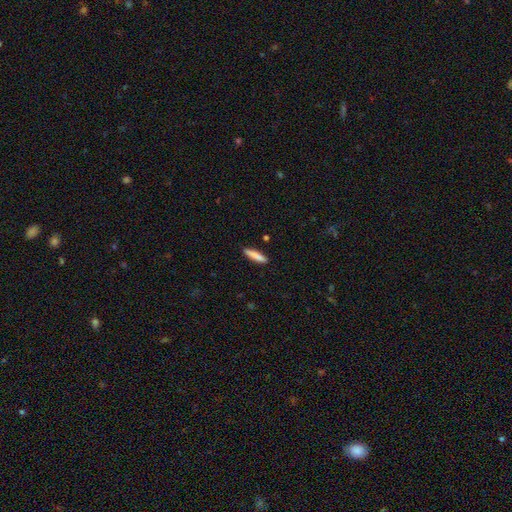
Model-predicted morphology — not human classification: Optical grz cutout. It shows a smooth galaxy with no disk features (85%) that is cigar-shaped (85%). Merging: none (90%).